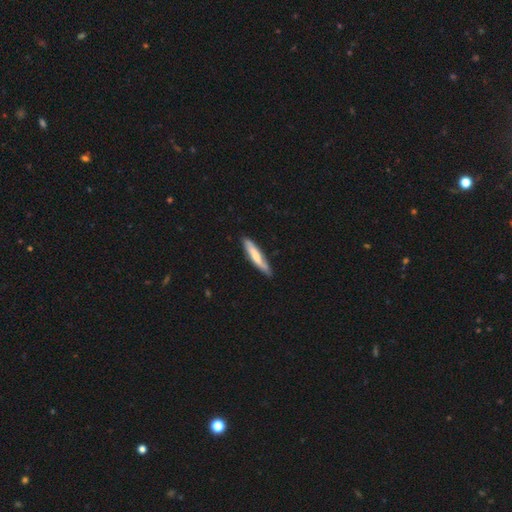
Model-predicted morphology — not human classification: Q: Smooth or featured?
A: smooth (59%); runner-up: featured or disk (36%)
Q: How rounded?
A: cigar-shaped (88%); runner-up: in between (10%)
Q: Merging?
A: none (82%); runner-up: minor disturbance (15%)